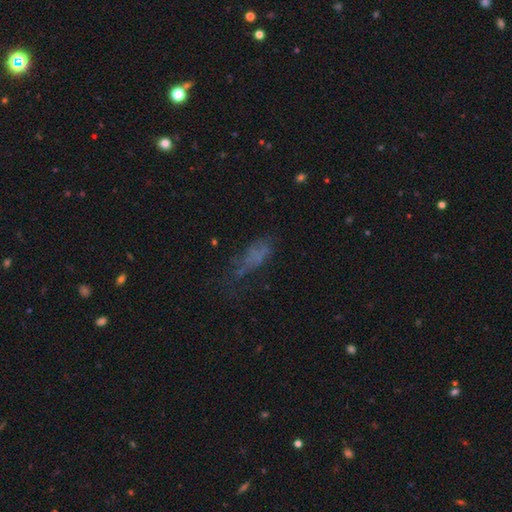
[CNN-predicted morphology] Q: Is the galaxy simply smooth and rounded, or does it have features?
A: smooth — 48%.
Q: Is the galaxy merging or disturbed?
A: none — 39%.